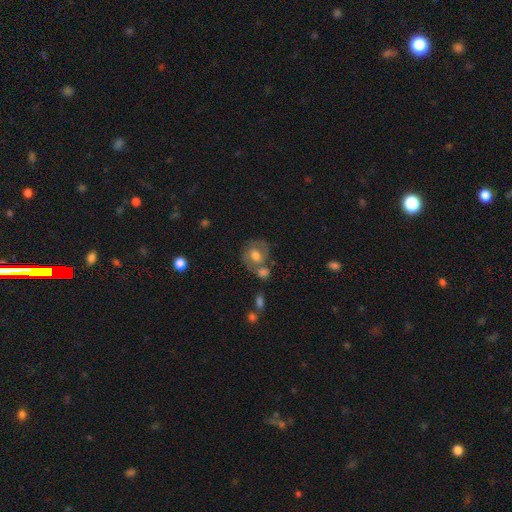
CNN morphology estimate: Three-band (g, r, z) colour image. It shows a featured or disk galaxy (50%). Merging: none (54%).